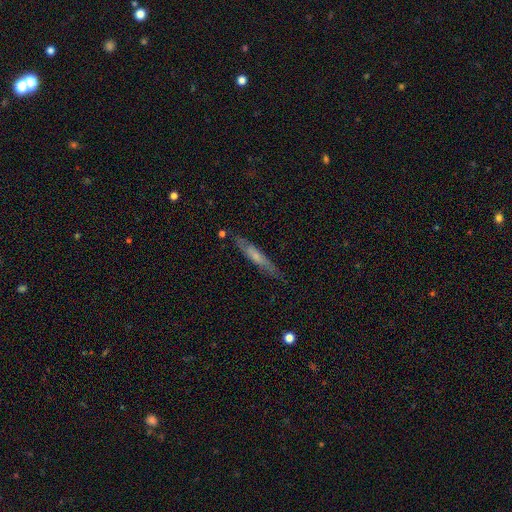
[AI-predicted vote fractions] A smooth galaxy with no disk features (47%). Merging: none (81%).